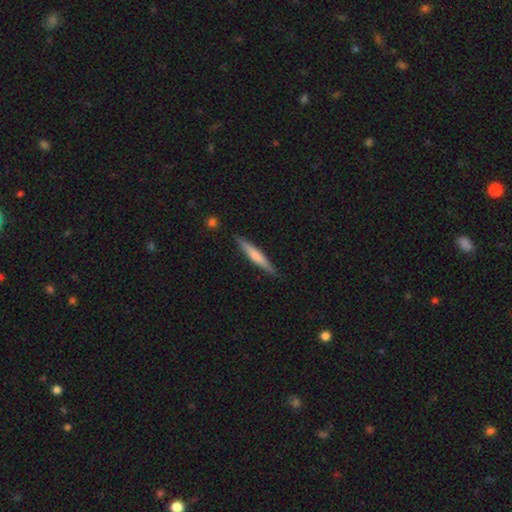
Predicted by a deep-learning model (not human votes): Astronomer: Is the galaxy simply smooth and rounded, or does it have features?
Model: smooth — 57% (runner-up: featured or disk, 37%).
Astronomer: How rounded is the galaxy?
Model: cigar-shaped — 93%.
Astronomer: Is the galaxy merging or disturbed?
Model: none — 87%.